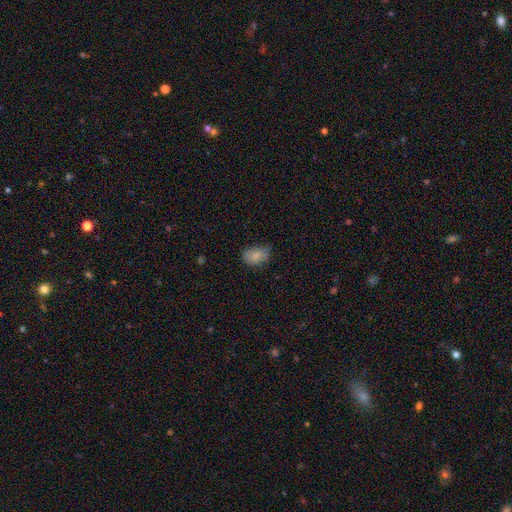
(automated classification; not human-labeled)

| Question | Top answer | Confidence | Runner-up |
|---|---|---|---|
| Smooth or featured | smooth | 83% | star or artifact (9%) |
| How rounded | in between | 84% | round (14%) |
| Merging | none | 62% | minor disturbance (31%) |